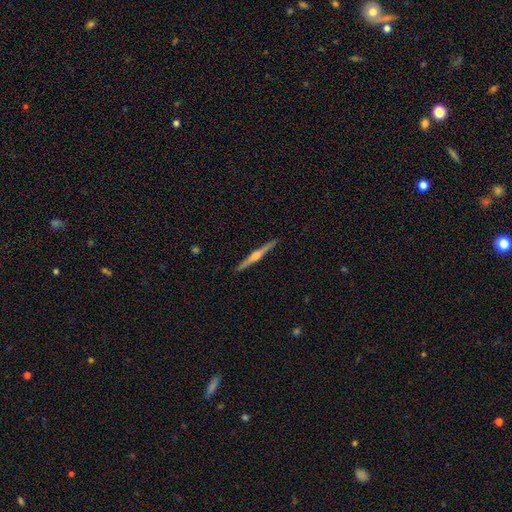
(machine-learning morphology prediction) A featured or disk galaxy (81%) viewed edge-on (99%) with a rounded central bulge (86%).

Vote fractions:
- Smooth or featured? featured or disk: 81% / smooth: 13% / star or artifact: 5%
- Edge-on disk? yes: 99% / no: 1%
- Edge-on bulge? rounded: 86% / boxy: 8% / none: 6%
- Merging? none: 93% / minor disturbance: 5% / major disturbance: 1% / merger: 1%